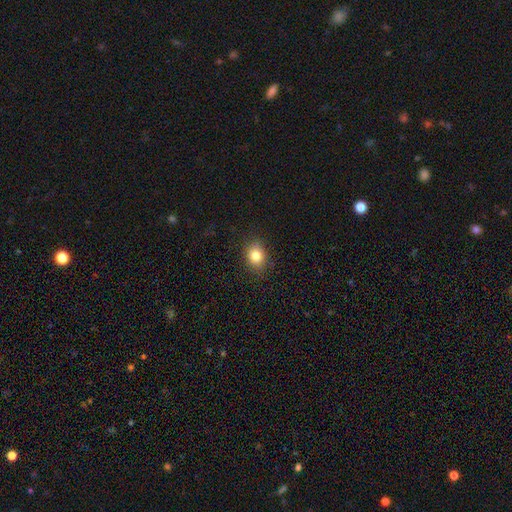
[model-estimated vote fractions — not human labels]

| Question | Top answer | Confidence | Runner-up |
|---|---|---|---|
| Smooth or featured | smooth | 83% | star or artifact (10%) |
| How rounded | round | 53% | in between (46%) |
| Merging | none | 85% | minor disturbance (11%) |